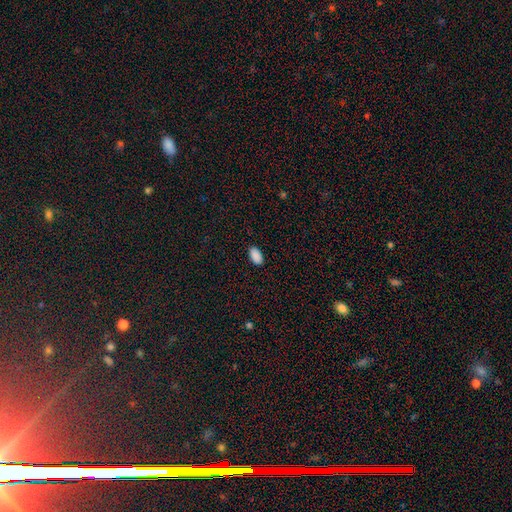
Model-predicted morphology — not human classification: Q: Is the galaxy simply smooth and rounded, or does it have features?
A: smooth — 90%.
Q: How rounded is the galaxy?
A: in between — 95%.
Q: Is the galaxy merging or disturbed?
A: none — 89%.